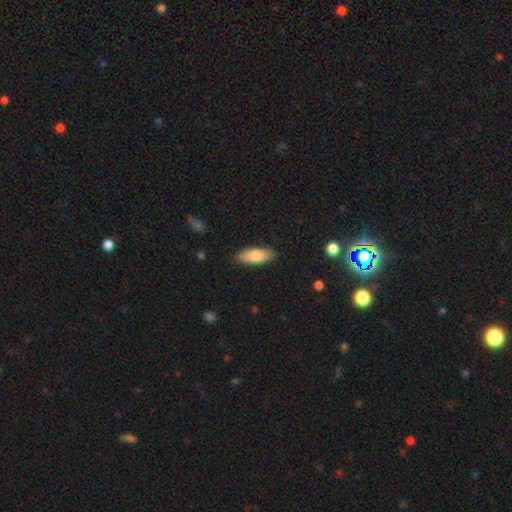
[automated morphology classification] type=smooth (77%); roundness=in between (72%); merging=none (88%).